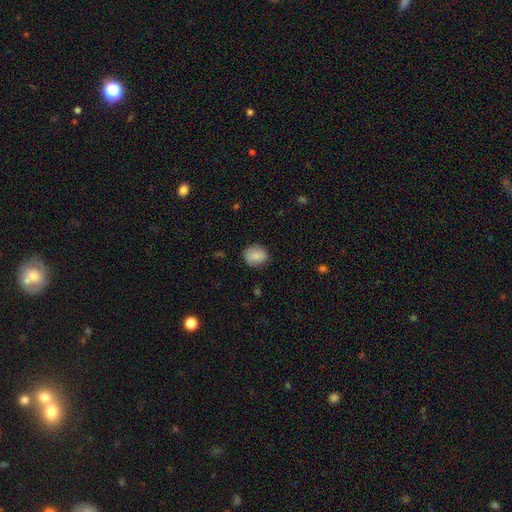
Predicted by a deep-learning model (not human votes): smooth_or_featured: smooth (p=0.86) [alt: star or artifact p=0.08]
how_rounded: round (p=0.64) [alt: in between p=0.35]
merging: none (p=0.83) [alt: minor disturbance p=0.13]